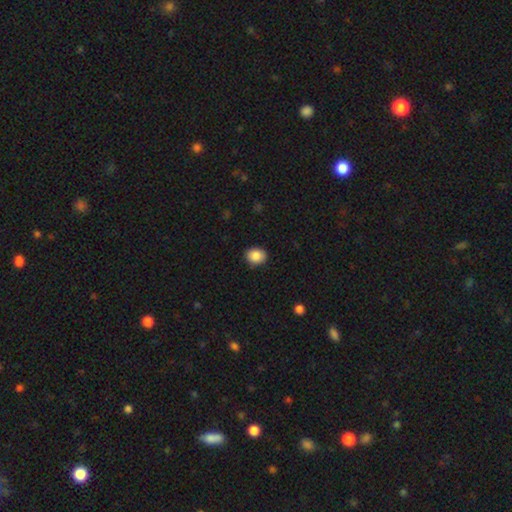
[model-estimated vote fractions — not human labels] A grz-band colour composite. It shows a smooth galaxy with no disk features (88%) that is round (50%). Merging: none (88%).